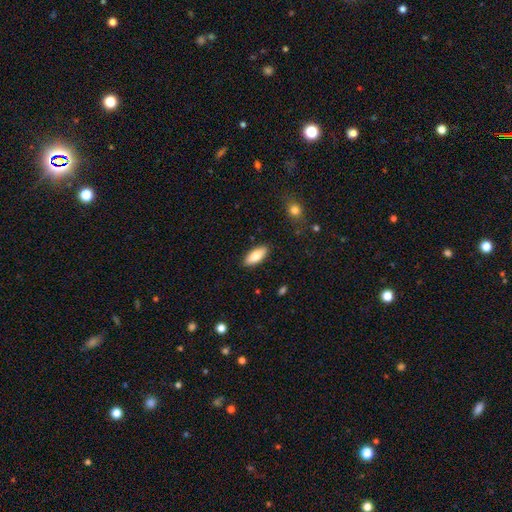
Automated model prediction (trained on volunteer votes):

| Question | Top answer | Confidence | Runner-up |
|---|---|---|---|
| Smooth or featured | smooth | 79% | featured or disk (15%) |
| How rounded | in between | 83% | cigar-shaped (15%) |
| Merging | none | 88% | minor disturbance (9%) |